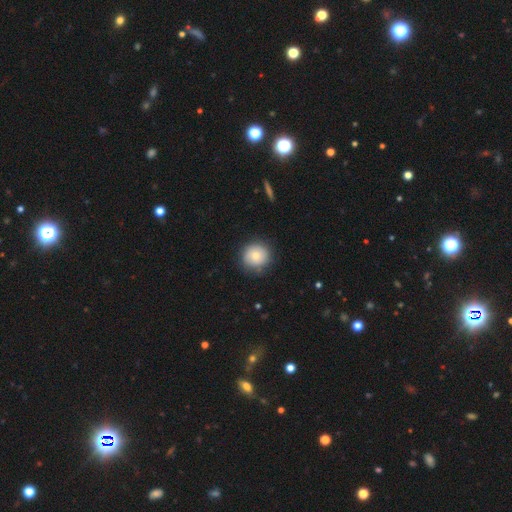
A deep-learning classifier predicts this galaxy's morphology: This appears to be a smooth galaxy with no disk features (73%) that is round (92%). Merging: none (83%).